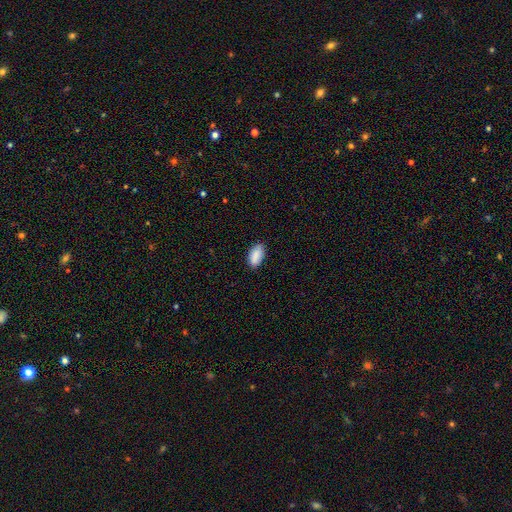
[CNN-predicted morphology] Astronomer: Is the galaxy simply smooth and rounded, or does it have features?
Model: smooth — 90%.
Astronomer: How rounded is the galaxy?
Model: in between — 94%.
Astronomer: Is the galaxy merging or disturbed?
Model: none — 85%.